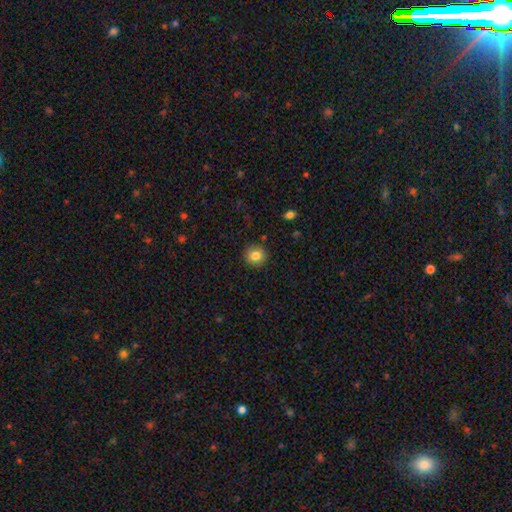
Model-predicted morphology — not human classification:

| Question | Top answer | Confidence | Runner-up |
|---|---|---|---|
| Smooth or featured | smooth | 84% | star or artifact (9%) |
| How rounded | round | 86% | in between (13%) |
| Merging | none | 90% | minor disturbance (7%) |